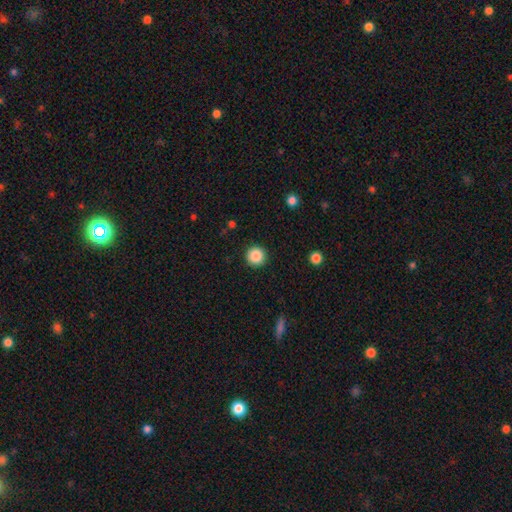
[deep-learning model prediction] Smooth or featured: smooth — 86% (star or artifact — 9%)
How rounded: round — 96% (in between — 3%)
Merging: none — 92% (minor disturbance — 5%)